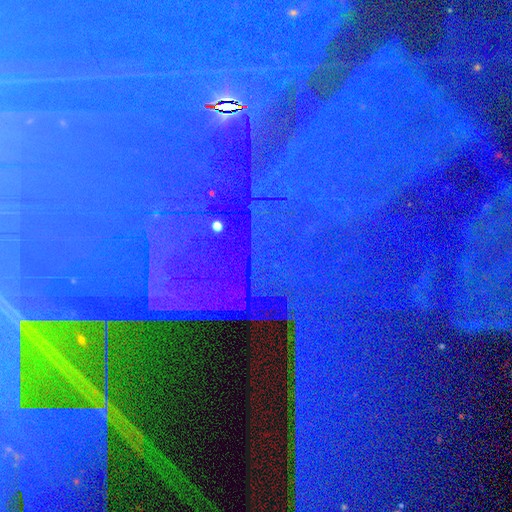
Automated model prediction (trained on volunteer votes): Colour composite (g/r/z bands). It shows a star or artifact, not a galaxy (83%).